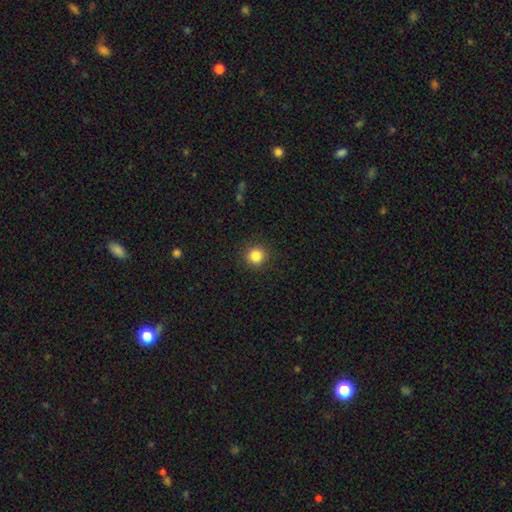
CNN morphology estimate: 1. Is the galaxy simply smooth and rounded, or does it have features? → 85% smooth, 11% star or artifact, 4% featured or disk.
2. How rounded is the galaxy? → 94% round, 5% in between, 1% cigar-shaped.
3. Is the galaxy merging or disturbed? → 91% none, 6% minor disturbance, 2% major disturbance, 1% merger.